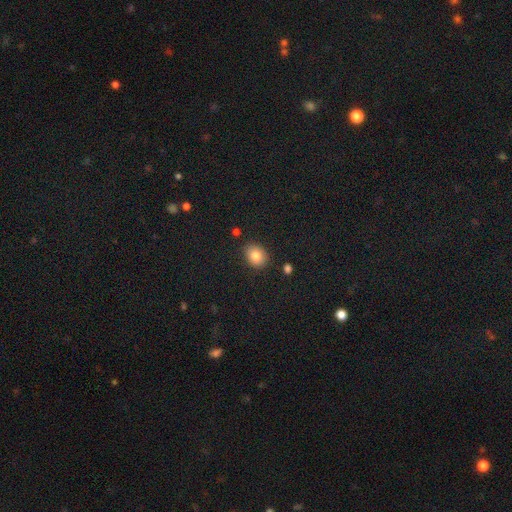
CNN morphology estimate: A smooth galaxy with no disk features (82%) that is in between round and cigar-shaped (50%). Merging: none (85%).